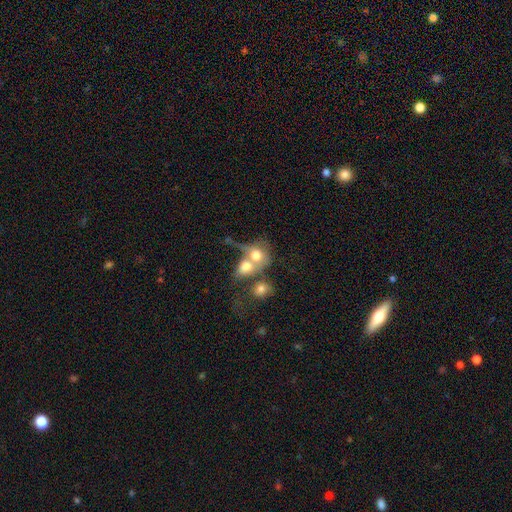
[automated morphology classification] type=smooth (66%); roundness=round (56%); merging=merger (69%).